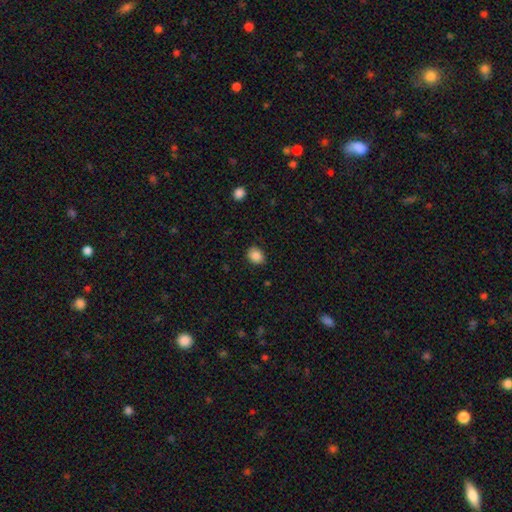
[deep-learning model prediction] Q: Smooth or featured?
A: smooth (87%); runner-up: star or artifact (9%)
Q: How rounded?
A: in between (53%); runner-up: round (46%)
Q: Merging?
A: none (84%); runner-up: minor disturbance (12%)